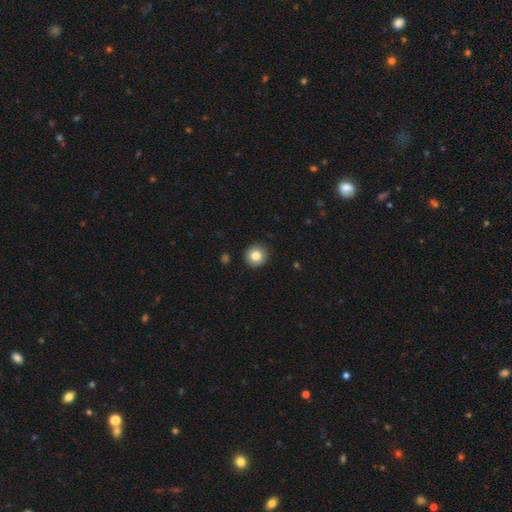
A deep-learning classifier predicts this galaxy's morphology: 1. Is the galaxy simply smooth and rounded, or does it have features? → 83% smooth, 10% star or artifact, 8% featured or disk.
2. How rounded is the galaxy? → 93% round, 6% in between, 1% cigar-shaped.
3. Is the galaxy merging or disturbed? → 91% none, 6% minor disturbance, 2% major disturbance, 1% merger.